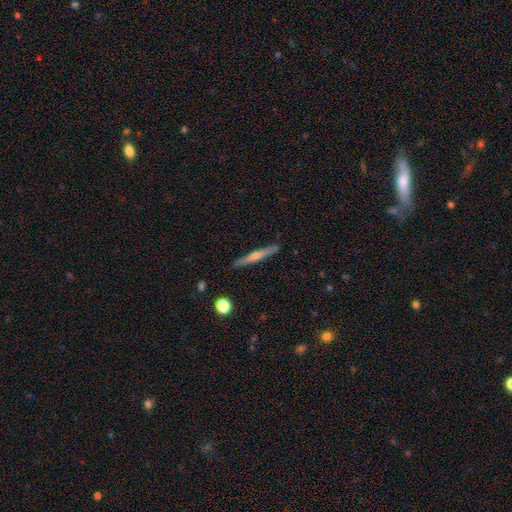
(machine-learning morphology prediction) This is likely a featured or disk galaxy (60%). It is clearly viewed edge-on (97%). Edge-on bulge: likely rounded (75%). Merging: clearly none (90%).